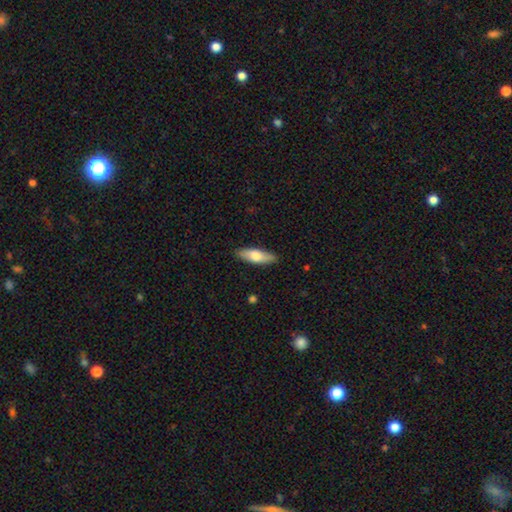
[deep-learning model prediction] smooth_or_featured: smooth (p=0.70) [alt: featured or disk p=0.24]
how_rounded: in between (p=0.56) [alt: cigar-shaped p=0.42]
merging: none (p=0.88) [alt: minor disturbance p=0.09]